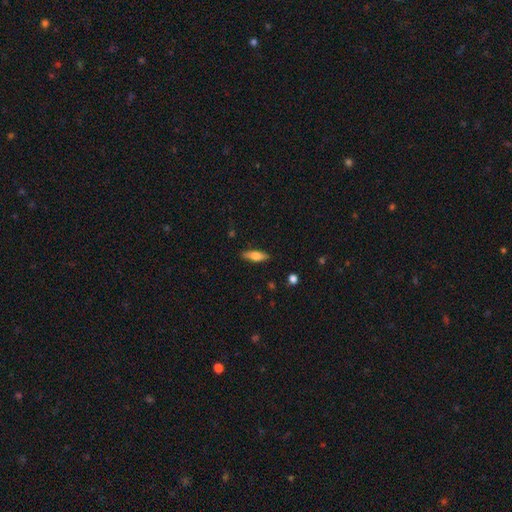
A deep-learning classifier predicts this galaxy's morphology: smooth 62%, featured or disk 32%, star or artifact 6%. Down the decision tree: how rounded — in between (50%); merging — none (87%).